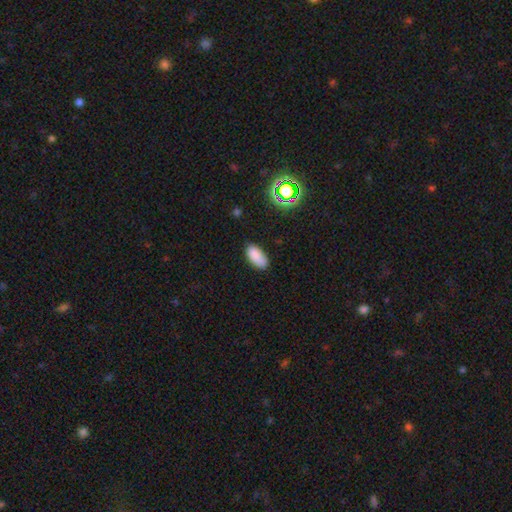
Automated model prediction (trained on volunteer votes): This is clearly a smooth galaxy (85%). How rounded: clearly in between (92%). Merging: likely none (80%).